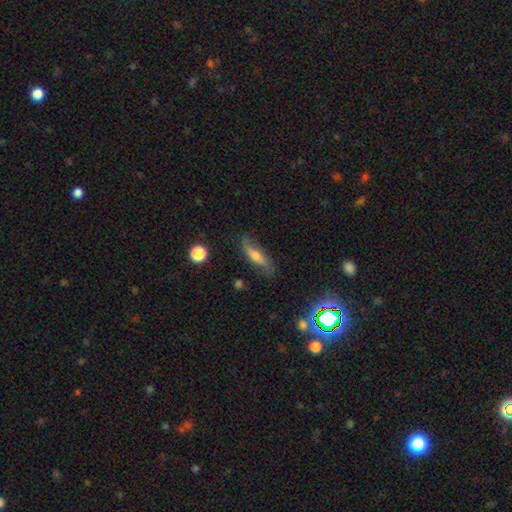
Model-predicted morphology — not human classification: This is possibly a featured or disk galaxy (45%, tied with smooth). Merging: likely none (70%).